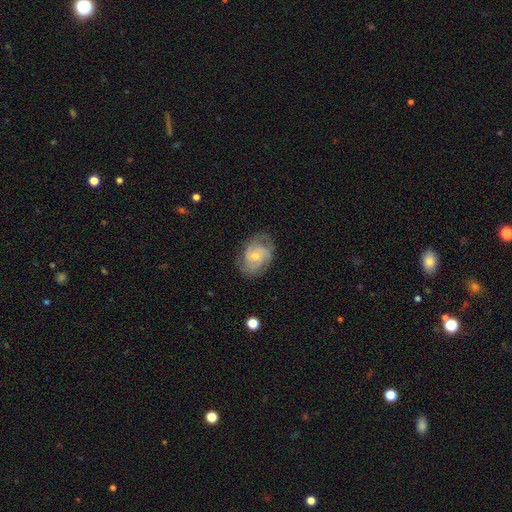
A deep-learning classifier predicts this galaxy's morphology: smooth_or_featured: featured or disk (p=0.74) [alt: smooth p=0.20]
disk_edge_on: no (p=0.97) [alt: yes p=0.03]
bar: no (p=0.69) [alt: weak p=0.27]
has_spiral_arms: yes (p=0.92) [alt: no p=0.08]
spiral_winding: tight (p=0.48) [alt: medium p=0.41]
spiral_arm_count: 2 (p=0.41) [alt: 3 p=0.25]
bulge_size: small (p=0.50) [alt: moderate p=0.46]
merging: none (p=0.71) [alt: minor disturbance p=0.20]